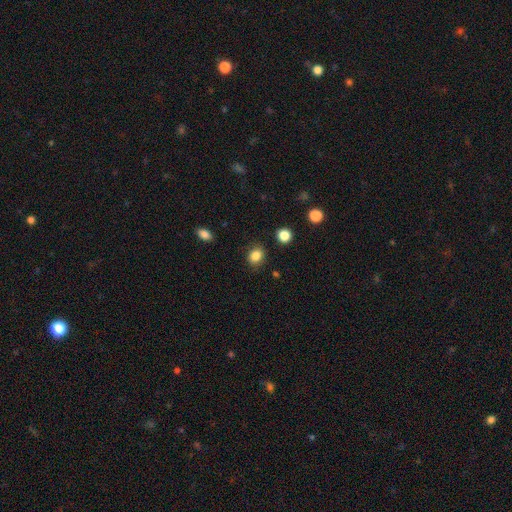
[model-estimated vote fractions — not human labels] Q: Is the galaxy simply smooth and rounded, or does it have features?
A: smooth — 85%.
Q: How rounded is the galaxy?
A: in between — 50%.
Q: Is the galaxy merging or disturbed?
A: none — 84%.